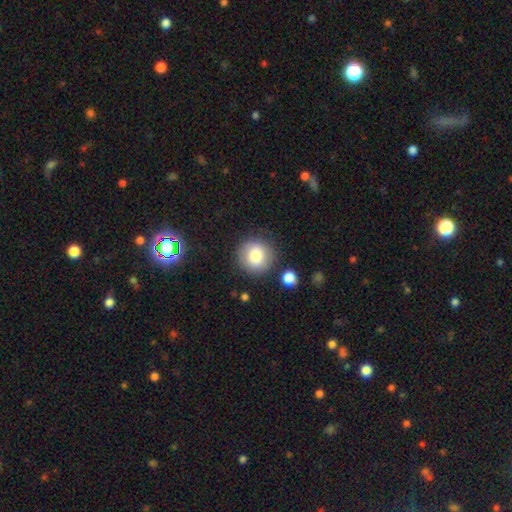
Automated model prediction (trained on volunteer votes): This appears to be a smooth galaxy with no disk features (82%) that is round (93%). Merging: none (84%).